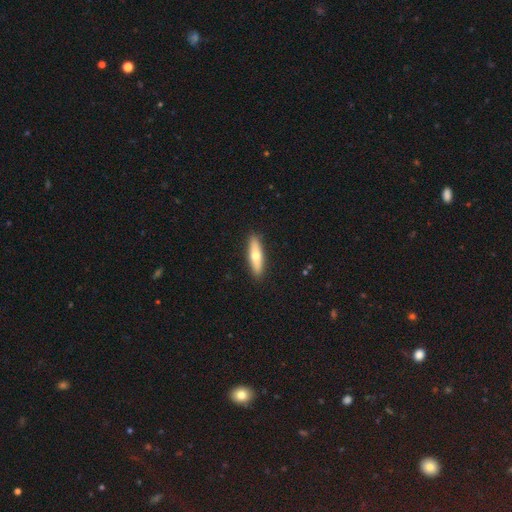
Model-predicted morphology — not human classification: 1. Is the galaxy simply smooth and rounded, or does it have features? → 61% smooth, 34% featured or disk, 5% star or artifact.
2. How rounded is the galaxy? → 67% cigar-shaped, 30% in between, 2% round.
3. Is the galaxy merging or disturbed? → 91% none, 7% minor disturbance, 1% major disturbance, 1% merger.